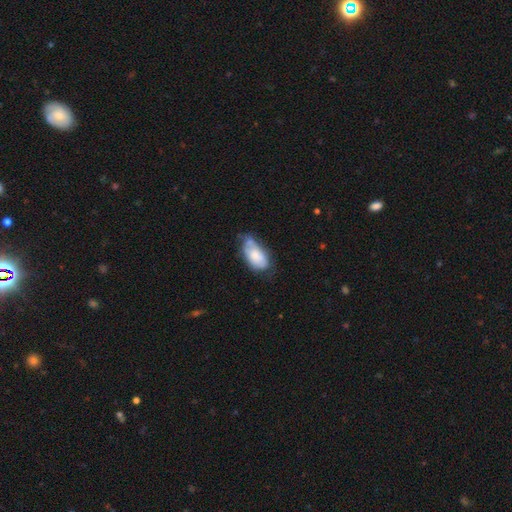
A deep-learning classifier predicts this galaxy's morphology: A smooth galaxy with no disk features (63%) that is in between round and cigar-shaped (93%). Merging: minor disturbance (40%).